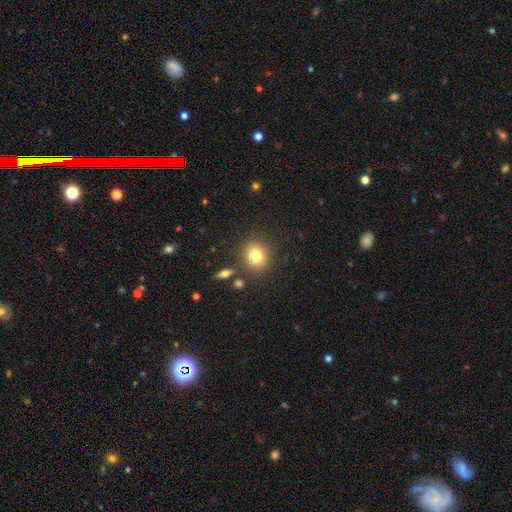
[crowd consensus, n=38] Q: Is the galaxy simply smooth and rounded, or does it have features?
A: smooth — 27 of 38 (71%).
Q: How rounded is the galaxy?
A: round — 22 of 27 (81%).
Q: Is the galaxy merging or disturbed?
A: none — 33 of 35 (94%).